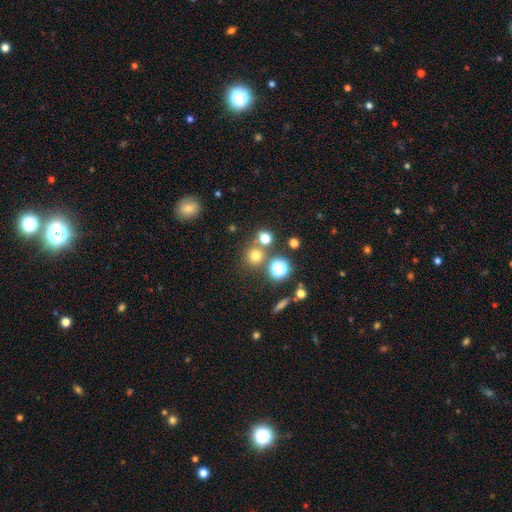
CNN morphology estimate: Overall: smooth (69%). How rounded: round (90%). Merging: none (72%).